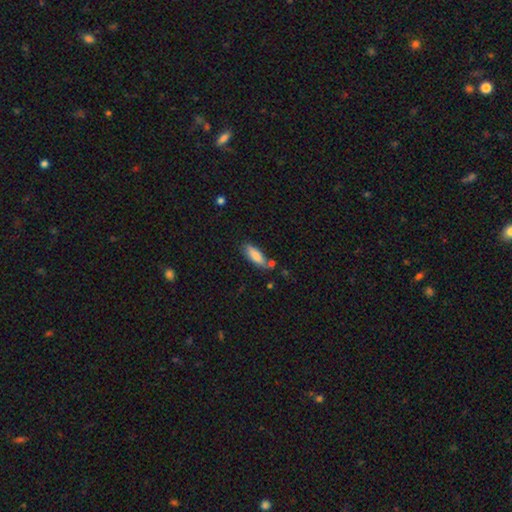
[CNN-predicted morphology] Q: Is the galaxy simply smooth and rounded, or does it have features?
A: smooth — 82%.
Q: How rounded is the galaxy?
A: in between — 63%.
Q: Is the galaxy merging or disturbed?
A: none — 65%.